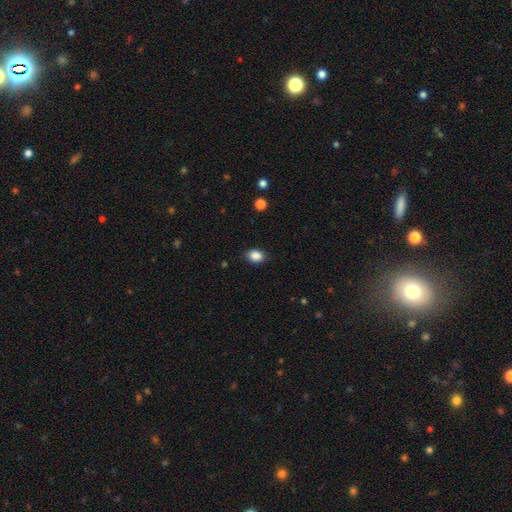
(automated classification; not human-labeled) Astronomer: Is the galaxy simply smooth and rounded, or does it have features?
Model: smooth — 88%.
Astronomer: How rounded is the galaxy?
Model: in between — 70%.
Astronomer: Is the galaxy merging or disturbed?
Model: none — 87%.